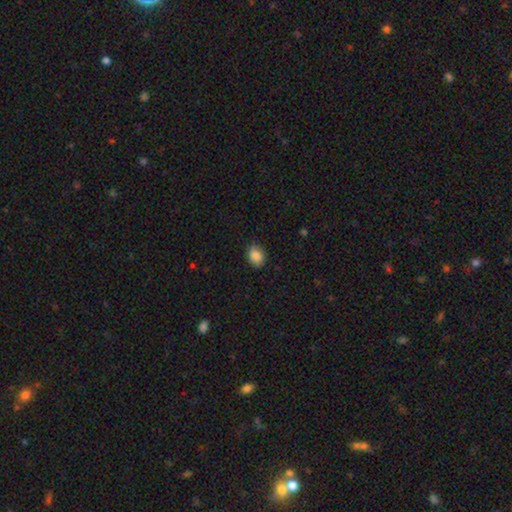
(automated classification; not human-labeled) smooth_or_featured: smooth (p=0.86) [alt: star or artifact p=0.08]
how_rounded: in between (p=0.63) [alt: round p=0.36]
merging: none (p=0.84) [alt: minor disturbance p=0.13]